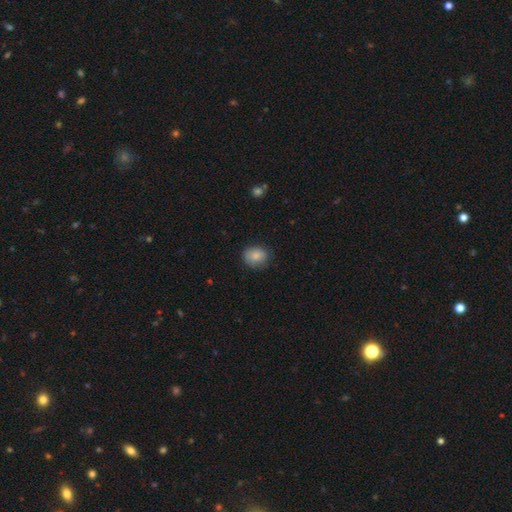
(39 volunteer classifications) smooth-or-featured: smooth: 95% | featured or disk: 3% | star or artifact: 3%
  how-rounded: in between: 57% | round: 43% | cigar-shaped: 0%
  merging: none: 79% | minor disturbance: 13% | major disturbance: 8% | merger: 0%